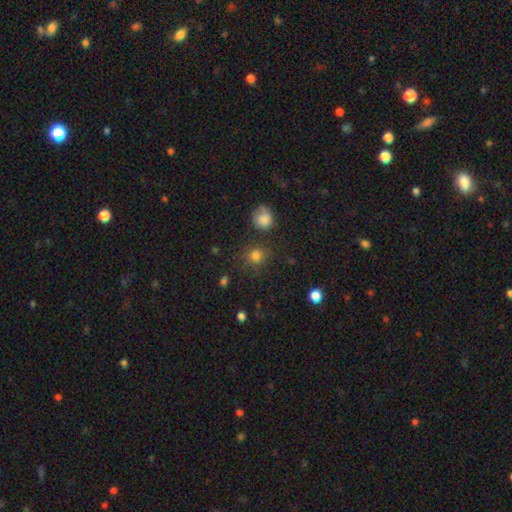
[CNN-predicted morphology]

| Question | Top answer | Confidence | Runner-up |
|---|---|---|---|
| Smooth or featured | smooth | 80% | star or artifact (15%) |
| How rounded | round | 86% | in between (13%) |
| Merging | none | 76% | minor disturbance (13%) |